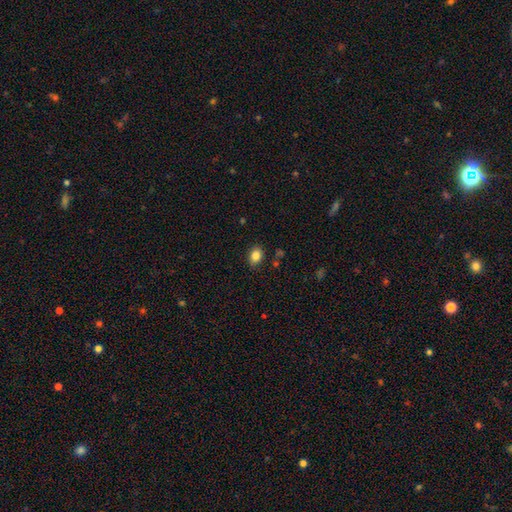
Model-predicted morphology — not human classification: smooth-or-featured: smooth: 84% | star or artifact: 10% | featured or disk: 7%
  how-rounded: in between: 66% | round: 33% | cigar-shaped: 1%
  merging: none: 84% | minor disturbance: 11% | major disturbance: 2% | merger: 2%